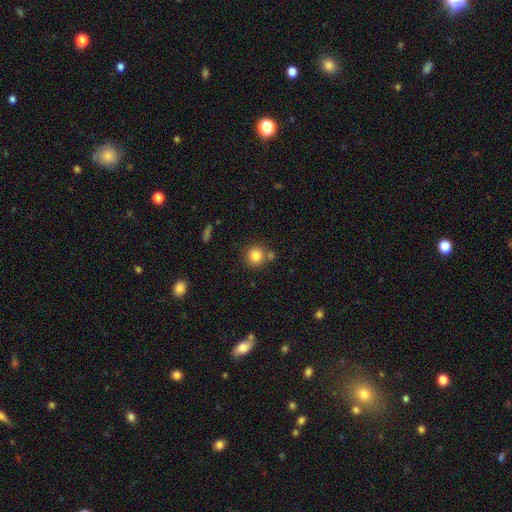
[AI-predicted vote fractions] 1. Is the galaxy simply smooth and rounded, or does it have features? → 82% smooth, 11% star or artifact, 7% featured or disk.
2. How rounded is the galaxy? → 92% round, 7% in between, 1% cigar-shaped.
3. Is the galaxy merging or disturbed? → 72% none, 15% merger, 9% minor disturbance, 3% major disturbance.